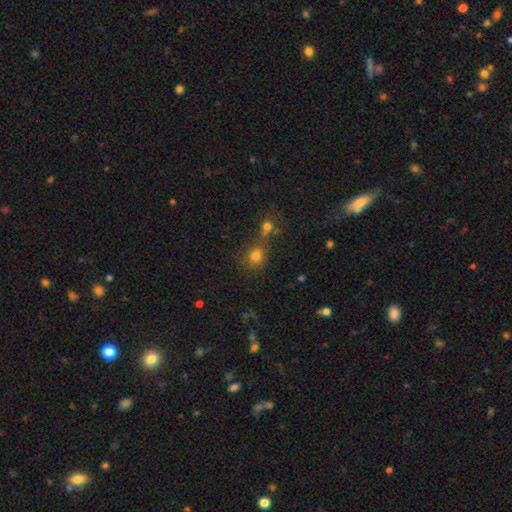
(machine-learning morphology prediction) A smooth galaxy with no disk features (73%) that is round (77%). Merging: none (56%).